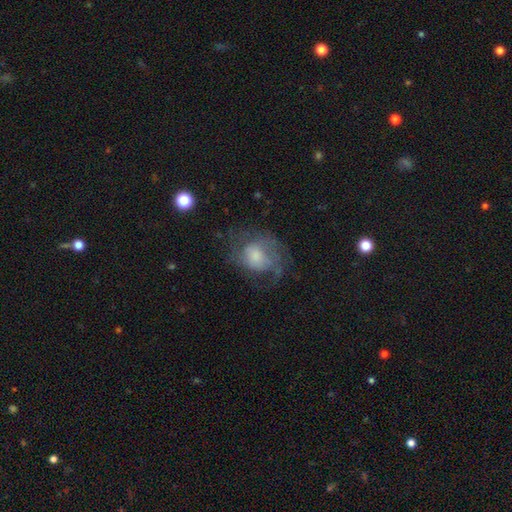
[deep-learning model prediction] A featured or disk galaxy (56%) with no bar (76%), spiral arms (73%) and a moderate central bulge (41%). Merging: none (53%).